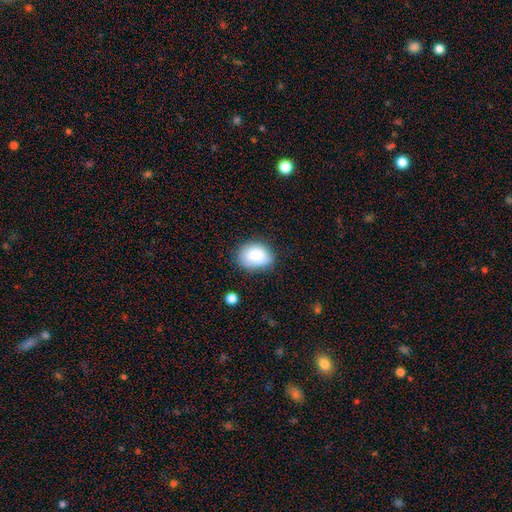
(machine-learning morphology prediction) smooth 84%, featured or disk 9%, star or artifact 8%. Down the decision tree: how rounded — in between (68%); merging — none (70%).